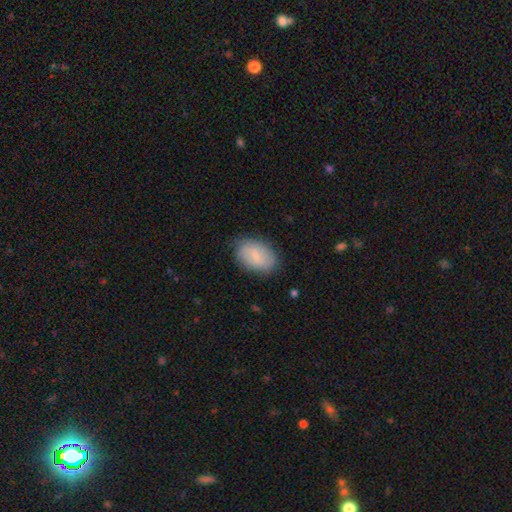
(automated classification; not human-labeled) smooth_or_featured: smooth (p=0.74) [alt: featured or disk p=0.19]
how_rounded: in between (p=0.89) [alt: round p=0.09]
merging: none (p=0.80) [alt: minor disturbance p=0.15]